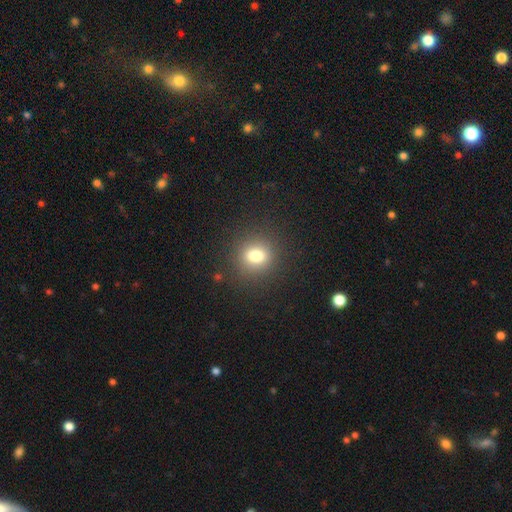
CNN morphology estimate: smooth 77%, star or artifact 15%, featured or disk 8%. Down the decision tree: how rounded — round (81%); merging — none (89%).